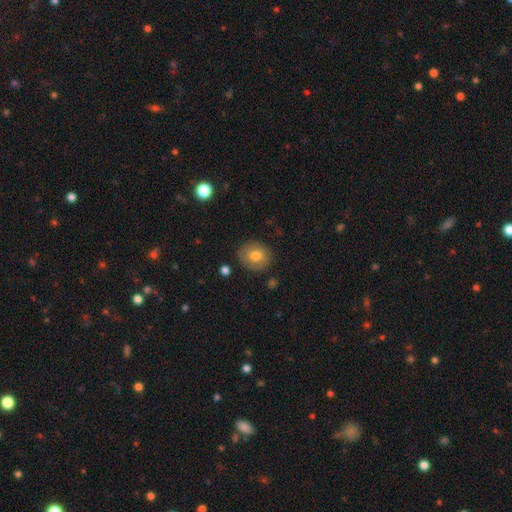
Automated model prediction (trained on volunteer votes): Smooth or featured?
  - smooth: 71% *
  - featured or disk: 21%
  - star or artifact: 8%
How rounded?
  - round: 69% *
  - in between: 30%
  - cigar-shaped: 1%
Merging?
  - none: 83% *
  - minor disturbance: 13%
  - major disturbance: 3%
  - merger: 1%